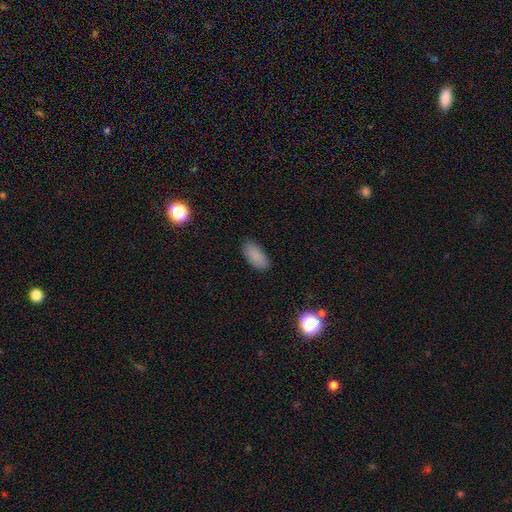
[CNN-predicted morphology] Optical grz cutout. It shows a smooth galaxy with no disk features (87%) that is in between round and cigar-shaped (90%). Merging: none (84%).